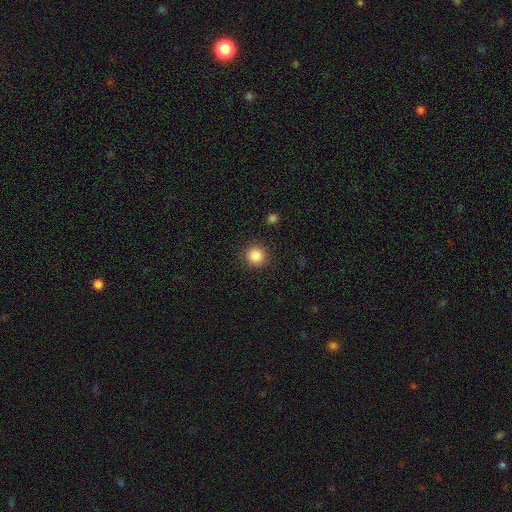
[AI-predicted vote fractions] smooth_or_featured: smooth (p=0.86) [alt: star or artifact p=0.10]
how_rounded: round (p=0.94) [alt: in between p=0.05]
merging: none (p=0.91) [alt: minor disturbance p=0.06]